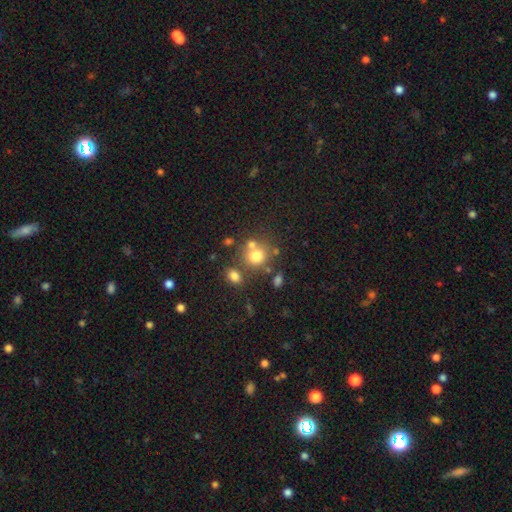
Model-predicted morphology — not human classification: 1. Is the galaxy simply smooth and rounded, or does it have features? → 74% smooth, 14% star or artifact, 12% featured or disk.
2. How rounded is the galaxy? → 83% round, 16% in between, 1% cigar-shaped.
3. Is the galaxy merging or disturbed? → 58% none, 27% merger, 11% minor disturbance, 5% major disturbance.